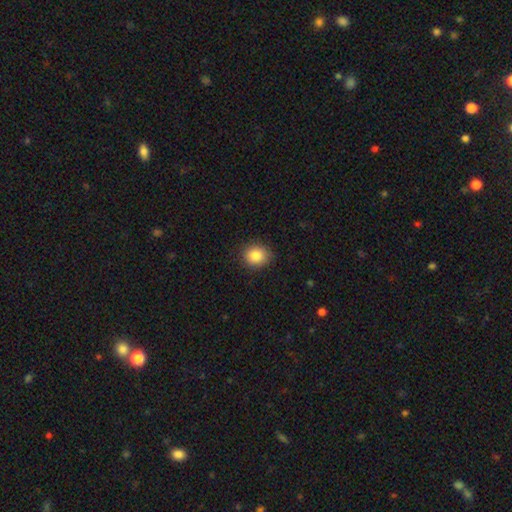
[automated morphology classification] type=smooth (84%); roundness=round (75%); merging=none (88%).